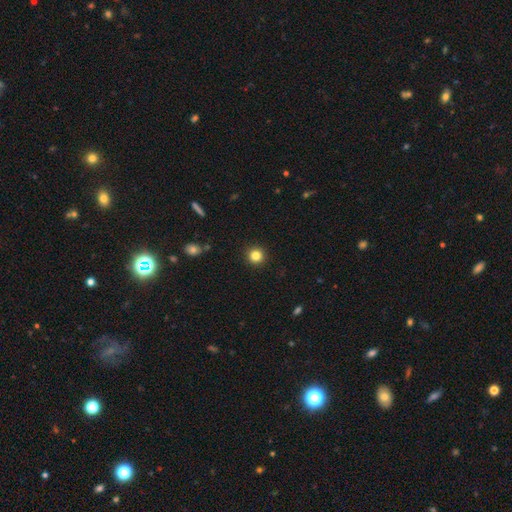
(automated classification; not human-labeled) Smooth or featured? smooth (83%)
How rounded? round (95%)
Merging? none (92%)